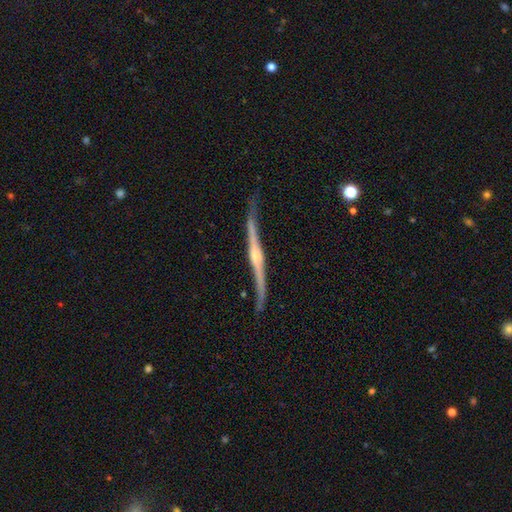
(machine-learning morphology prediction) Q: Smooth or featured?
A: featured or disk (88%); runner-up: smooth (8%)
Q: Edge-on disk?
A: yes (90%); runner-up: no (10%)
Q: Edge-on bulge?
A: rounded (86%); runner-up: none (9%)
Q: Merging?
A: none (66%); runner-up: minor disturbance (25%)